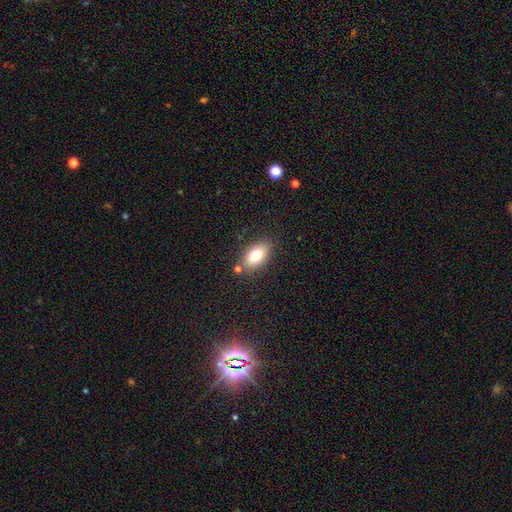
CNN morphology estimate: A smooth galaxy with no disk features (77%) that is in between round and cigar-shaped (89%). Merging: none (80%).